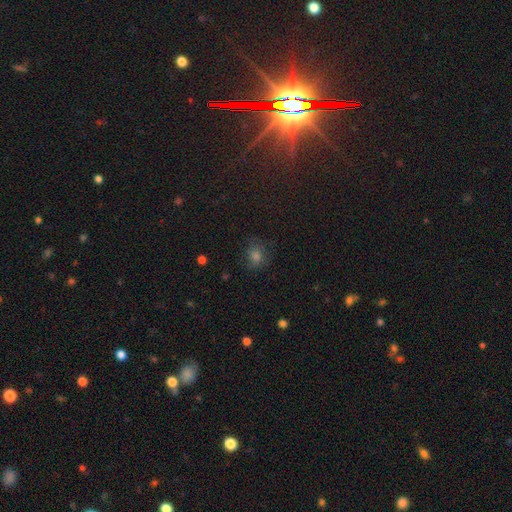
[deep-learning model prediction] Overall: smooth (61%; star or artifact 29%). How rounded: round (69%; in between 30%). Merging: none (75%).